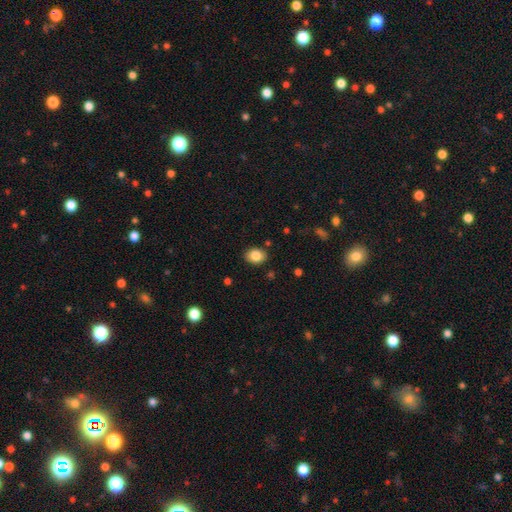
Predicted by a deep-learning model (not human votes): Smooth or featured? Predicted: smooth (p=0.85). How rounded? Predicted: in between (p=0.64). Merging? Predicted: none (p=0.87).